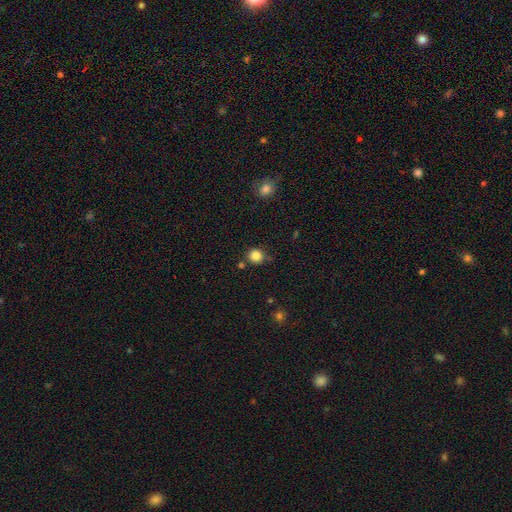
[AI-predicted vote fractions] Overall: smooth (84%). How rounded: round (90%). Merging: none (78%).